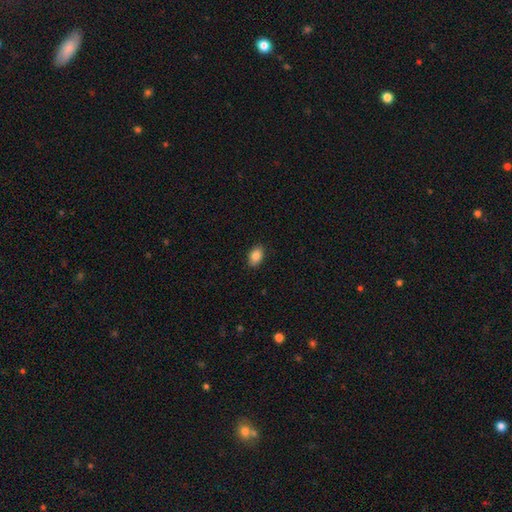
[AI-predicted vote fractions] This is clearly a smooth galaxy (87%). How rounded: clearly in between (89%). Merging: clearly none (88%).